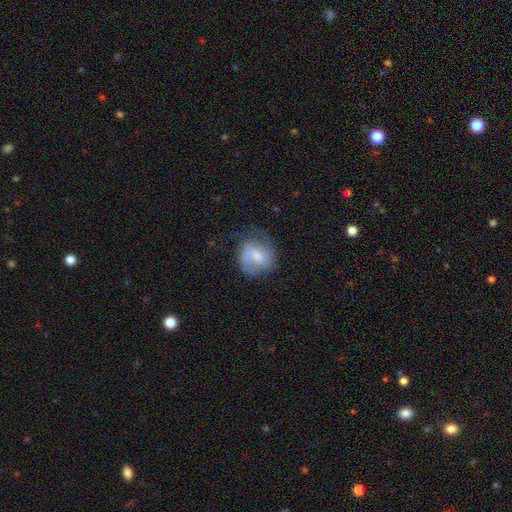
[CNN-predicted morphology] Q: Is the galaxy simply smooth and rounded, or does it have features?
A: featured or disk — 67%.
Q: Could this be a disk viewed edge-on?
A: no — 98%.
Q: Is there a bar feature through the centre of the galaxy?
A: weak — 57%.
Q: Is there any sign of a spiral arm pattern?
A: yes — 91%.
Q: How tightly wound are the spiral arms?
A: medium — 47%.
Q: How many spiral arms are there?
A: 2 — 67%.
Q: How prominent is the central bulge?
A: small — 37%.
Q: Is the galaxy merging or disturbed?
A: none — 60%.